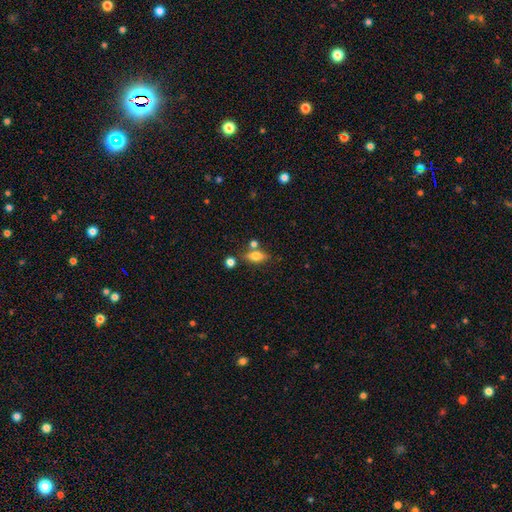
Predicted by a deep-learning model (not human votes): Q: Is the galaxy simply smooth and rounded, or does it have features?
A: smooth — 71%.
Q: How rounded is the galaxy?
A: in between — 78%.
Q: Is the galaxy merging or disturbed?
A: none — 66%.